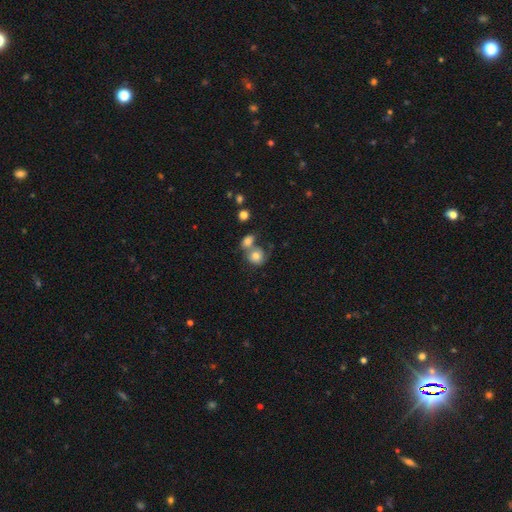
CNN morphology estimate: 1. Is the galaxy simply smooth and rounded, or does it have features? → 72% smooth, 19% featured or disk, 9% star or artifact.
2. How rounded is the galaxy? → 74% round, 25% in between, 1% cigar-shaped.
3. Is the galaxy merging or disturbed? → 49% merger, 31% none, 12% minor disturbance, 8% major disturbance.